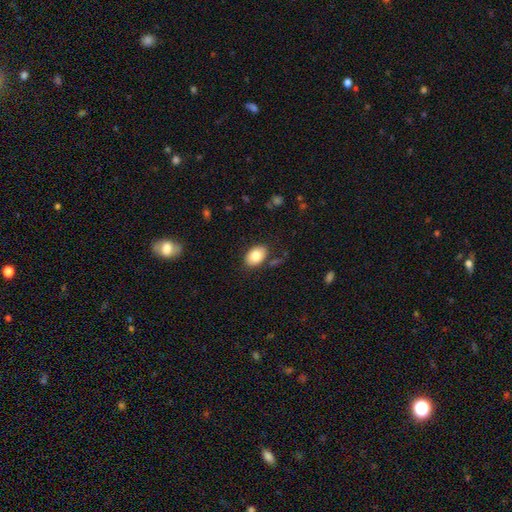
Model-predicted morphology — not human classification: Smooth or featured? smooth (82%)
How rounded? in between (87%)
Merging? none (83%)